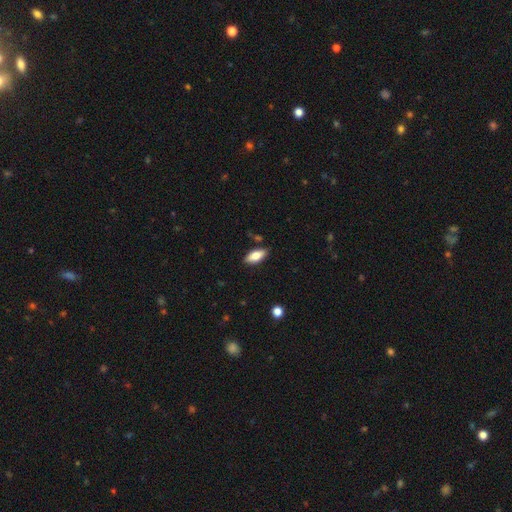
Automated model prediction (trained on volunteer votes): This appears to be a smooth galaxy with no disk features (77%) that is in between round and cigar-shaped (86%). Merging: none (85%).